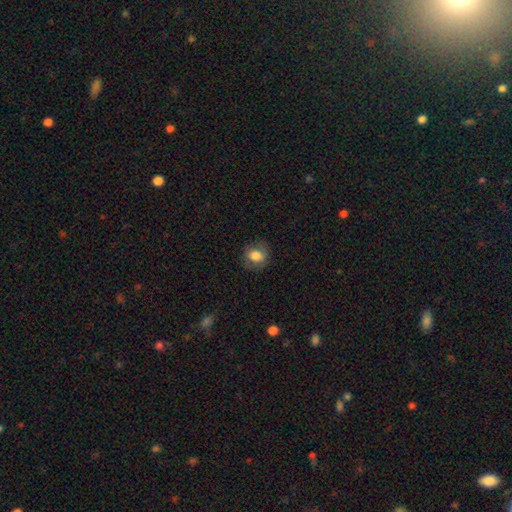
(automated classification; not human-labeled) Q: Smooth or featured?
A: smooth (78%); runner-up: featured or disk (13%)
Q: How rounded?
A: round (65%); runner-up: in between (33%)
Q: Merging?
A: none (79%); runner-up: minor disturbance (14%)